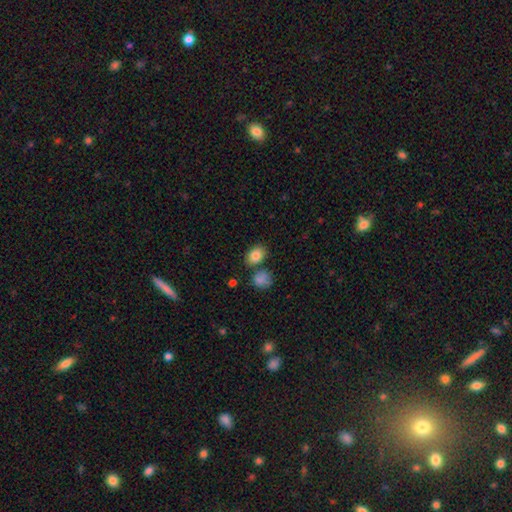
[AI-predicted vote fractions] A smooth galaxy with no disk features (84%) that is in between round and cigar-shaped (71%). Merging: none (73%).